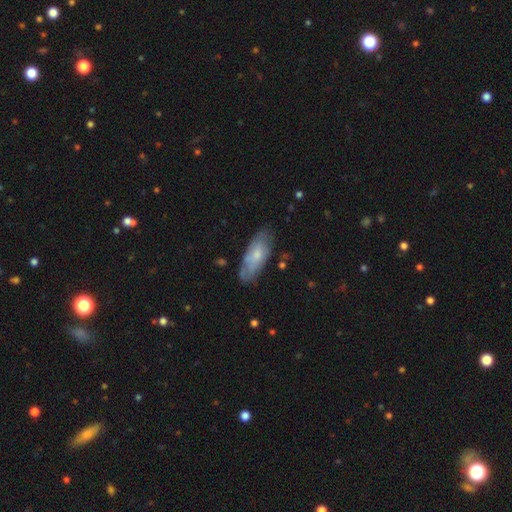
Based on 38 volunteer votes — Volunteers were most divided on "how rounded": in between: 70%, cigar-shaped: 30%, round: 0%. More confident: smooth or featured — smooth (71%); merging — none (69%).